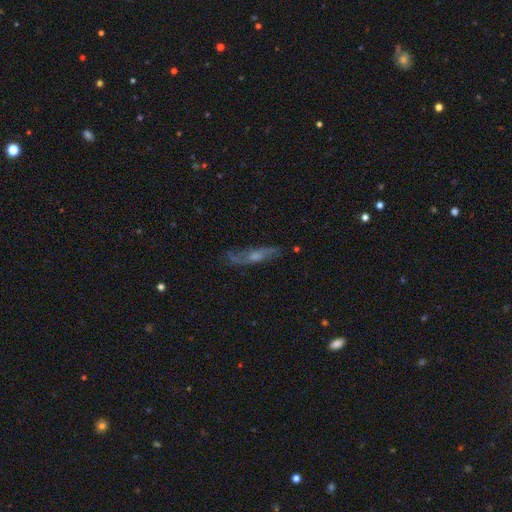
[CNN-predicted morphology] Q: Smooth or featured?
A: featured or disk (63%); runner-up: smooth (26%)
Q: Edge-on disk?
A: yes (51%); runner-up: no (49%)
Q: Merging?
A: none (72%); runner-up: minor disturbance (19%)